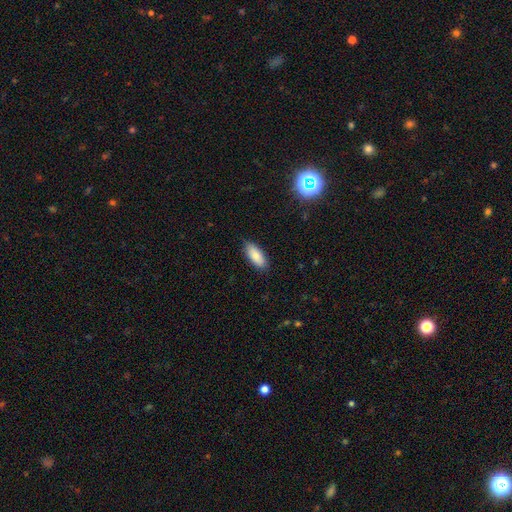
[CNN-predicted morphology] Smooth or featured?
  - smooth: 87% *
  - star or artifact: 7%
  - featured or disk: 7%
How rounded?
  - in between: 81% *
  - cigar-shaped: 17%
  - round: 2%
Merging?
  - none: 84% *
  - minor disturbance: 13%
  - major disturbance: 2%
  - merger: 1%